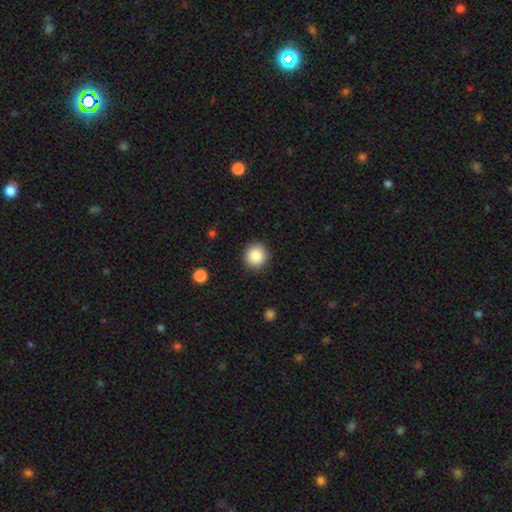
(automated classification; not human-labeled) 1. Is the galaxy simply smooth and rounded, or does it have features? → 86% smooth, 9% star or artifact, 5% featured or disk.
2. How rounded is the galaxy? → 94% round, 5% in between, 1% cigar-shaped.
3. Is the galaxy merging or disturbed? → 91% none, 6% minor disturbance, 2% major disturbance, 1% merger.